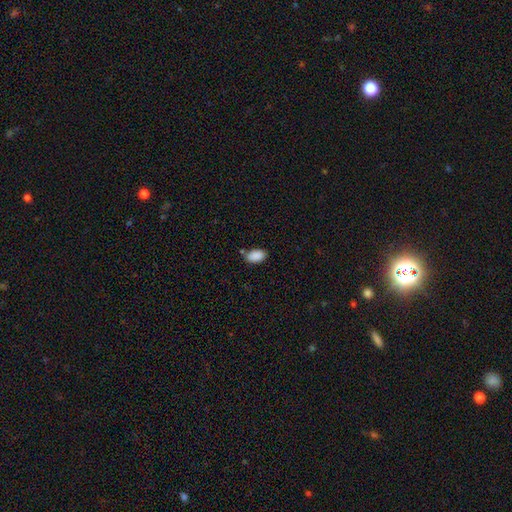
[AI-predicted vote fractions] Morphology: type=smooth (89%); roundness=in between (93%); merging=none (74%).